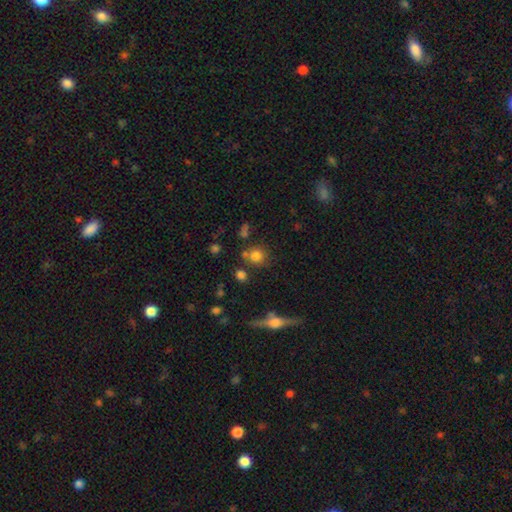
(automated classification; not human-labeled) Q: Smooth or featured?
A: smooth (77%); runner-up: star or artifact (14%)
Q: How rounded?
A: round (85%); runner-up: in between (14%)
Q: Merging?
A: none (67%); runner-up: merger (15%)